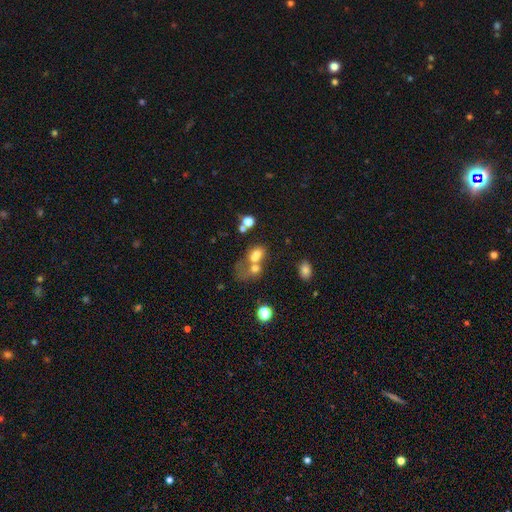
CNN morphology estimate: smooth 61%, featured or disk 23%, star or artifact 17%. Down the decision tree: how rounded — in between (55%); merging — merger (63%).